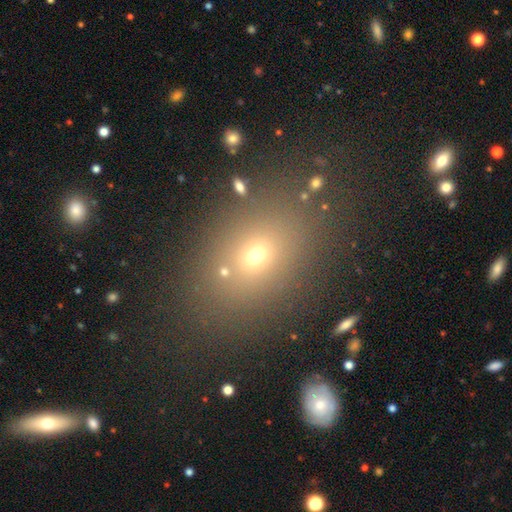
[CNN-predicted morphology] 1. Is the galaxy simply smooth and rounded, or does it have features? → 63% smooth, 24% star or artifact, 13% featured or disk.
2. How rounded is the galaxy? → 64% in between, 34% round, 2% cigar-shaped.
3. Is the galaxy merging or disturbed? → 79% none, 10% minor disturbance, 6% merger, 5% major disturbance.